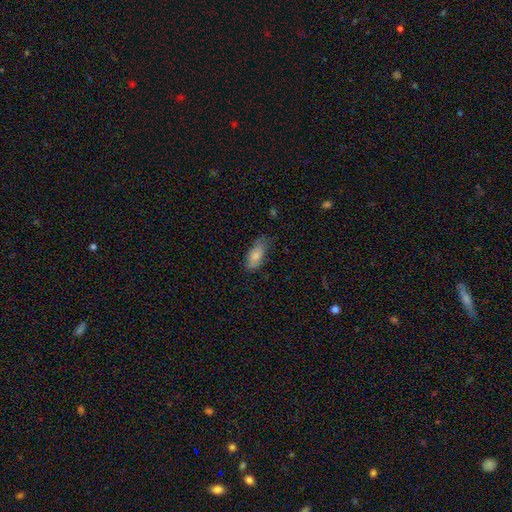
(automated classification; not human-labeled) Overall: smooth (81%). How rounded: in between (87%). Merging: none (54%; minor disturbance 35%).